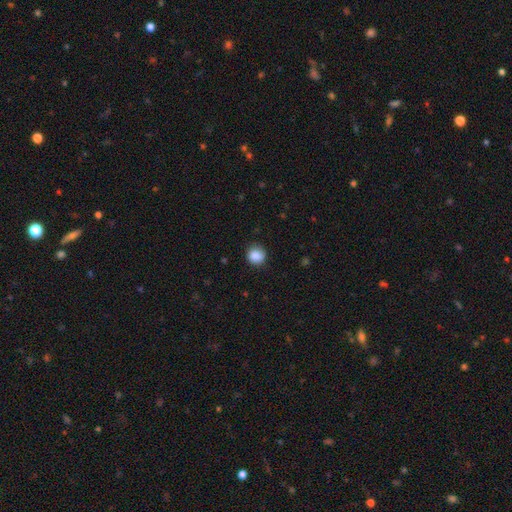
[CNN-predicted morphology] Smooth or featured? smooth (88%)
How rounded? round (89%)
Merging? none (86%)